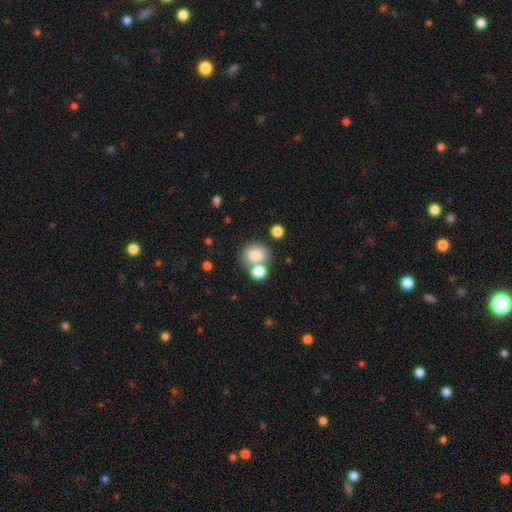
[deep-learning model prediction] Q: Smooth or featured?
A: smooth (81%); runner-up: star or artifact (10%)
Q: How rounded?
A: round (61%); runner-up: in between (38%)
Q: Merging?
A: none (51%); runner-up: merger (33%)